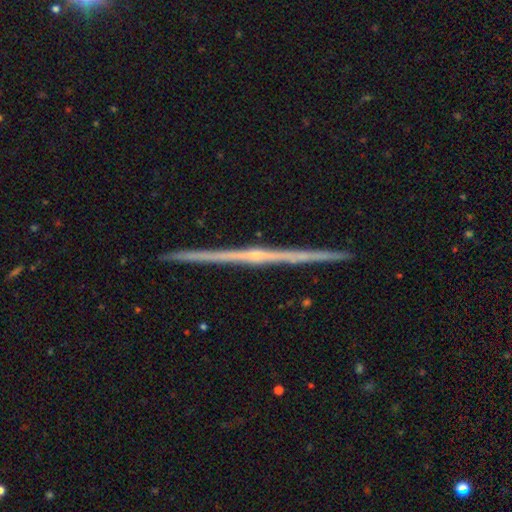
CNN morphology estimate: featured or disk 85%, smooth 9%, star or artifact 6%. Down the decision tree: edge-on disk — yes (99%); edge-on bulge — rounded (52%); merging — none (93%).